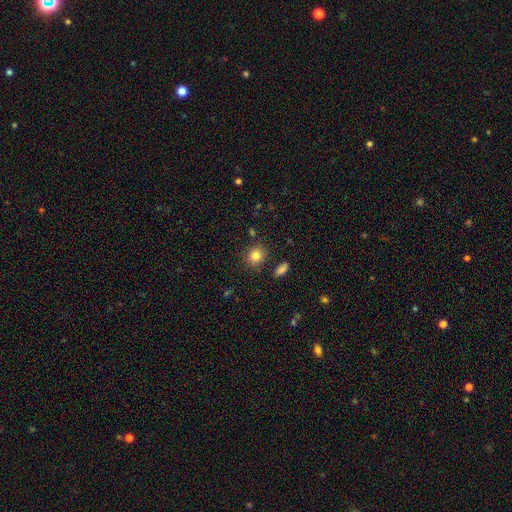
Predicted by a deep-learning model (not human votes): smooth_or_featured: smooth (p=0.83) [alt: star or artifact p=0.10]
how_rounded: round (p=0.79) [alt: in between p=0.20]
merging: none (p=0.85) [alt: minor disturbance p=0.09]